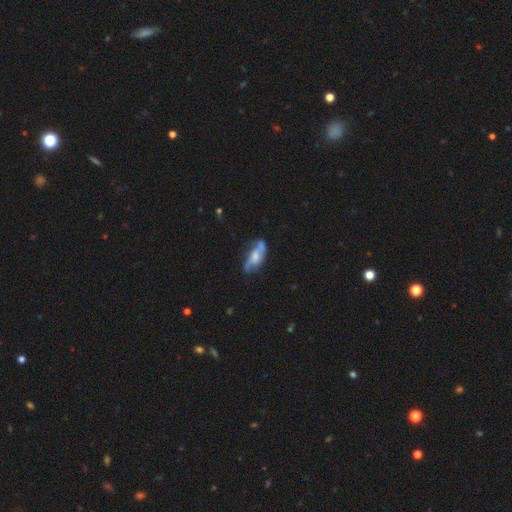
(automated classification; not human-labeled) Morphology: type=featured or disk (53%); edge-on=no (80%); merging=none (50%).